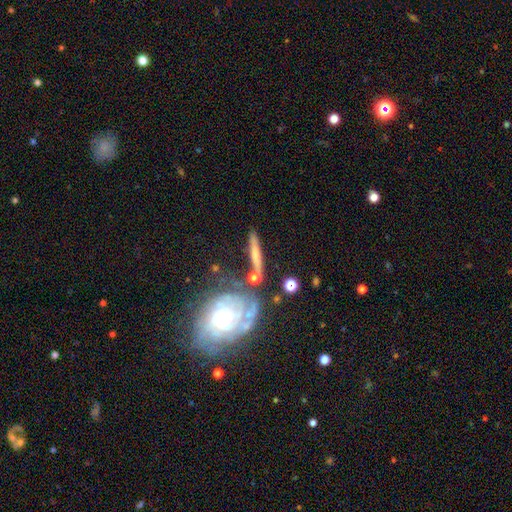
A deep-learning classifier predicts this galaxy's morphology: This appears to be a featured or disk galaxy (52%) viewed edge-on (62%). Merging: none (64%).